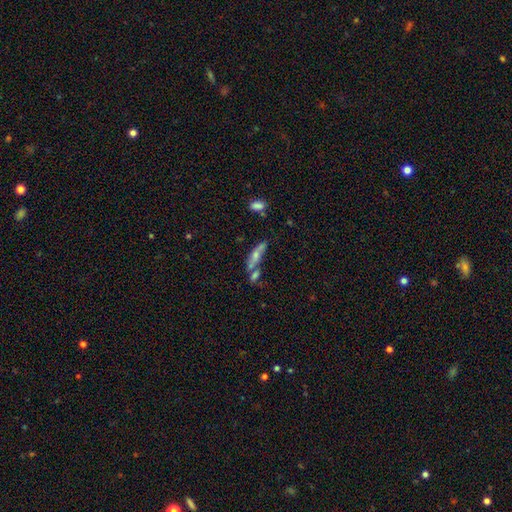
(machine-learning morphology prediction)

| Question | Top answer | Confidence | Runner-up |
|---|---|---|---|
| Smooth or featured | smooth | 50% | featured or disk (41%) |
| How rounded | cigar-shaped | 63% | in between (33%) |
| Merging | none | 40% | merger (35%) |